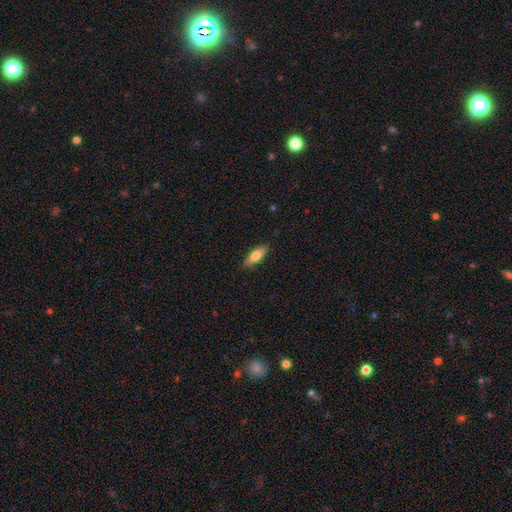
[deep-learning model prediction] Smooth or featured? smooth (74%)
How rounded? in between (61%)
Merging? none (87%)